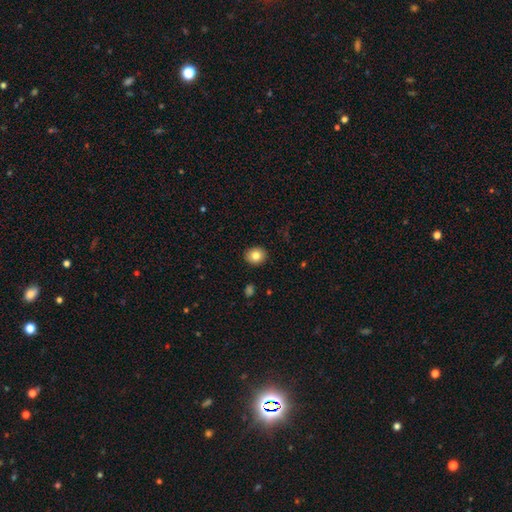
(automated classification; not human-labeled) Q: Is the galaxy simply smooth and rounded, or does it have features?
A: smooth — 82%.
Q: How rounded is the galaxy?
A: round — 67%.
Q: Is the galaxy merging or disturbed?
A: none — 91%.